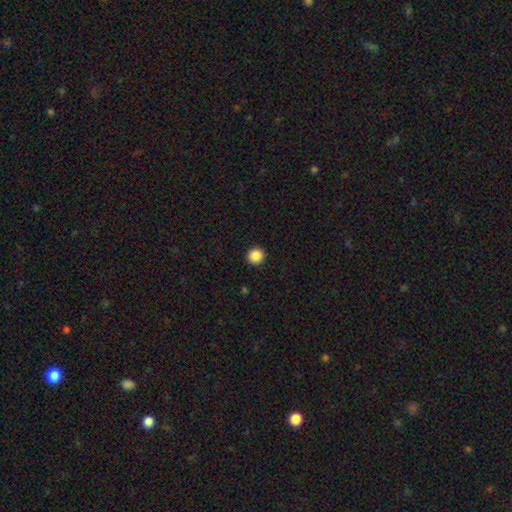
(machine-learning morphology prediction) type=smooth (87%); roundness=round (95%); merging=none (94%).